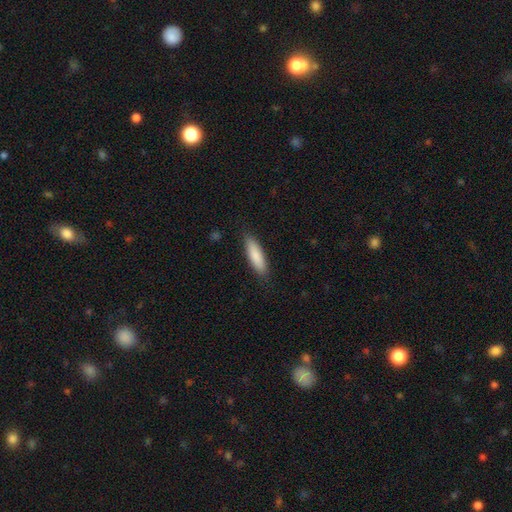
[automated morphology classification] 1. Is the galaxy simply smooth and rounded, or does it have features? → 86% smooth, 8% featured or disk, 5% star or artifact.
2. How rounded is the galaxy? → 57% cigar-shaped, 42% in between, 1% round.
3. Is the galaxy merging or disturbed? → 87% none, 10% minor disturbance, 2% major disturbance, 1% merger.